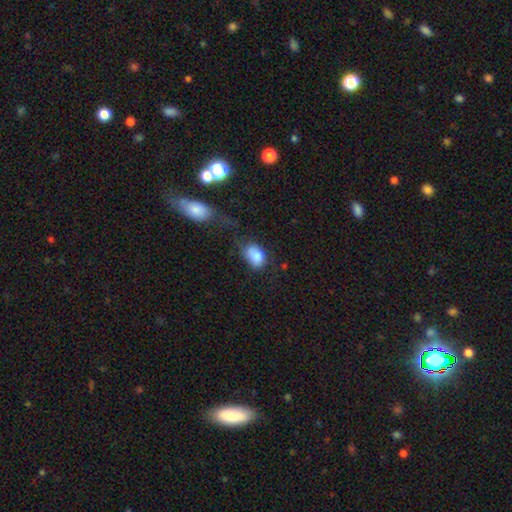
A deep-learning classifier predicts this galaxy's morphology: smooth-or-featured: smooth: 82% | featured or disk: 9% | star or artifact: 8%
  how-rounded: in between: 79% | round: 20% | cigar-shaped: 1%
  merging: none: 43% | minor disturbance: 28% | major disturbance: 20% | merger: 9%